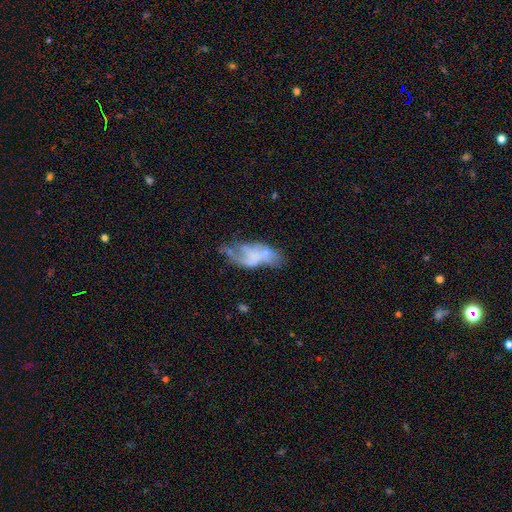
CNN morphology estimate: smooth_or_featured: featured or disk (p=0.59) [alt: smooth p=0.30]
disk_edge_on: no (p=0.95) [alt: yes p=0.05]
bar: no (p=0.76) [alt: weak p=0.18]
has_spiral_arms: no (p=0.56) [alt: yes p=0.44]
bulge_size: none (p=0.68) [alt: small p=0.17]
merging: major disturbance (p=0.40) [alt: none p=0.27]